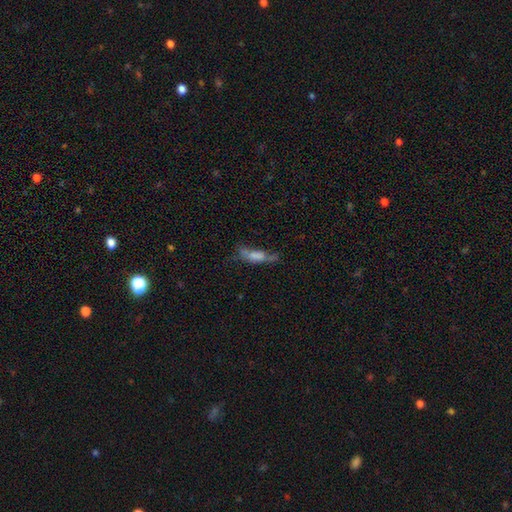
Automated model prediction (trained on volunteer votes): Smooth or featured? Predicted: smooth (p=0.63). How rounded? Predicted: in between (p=0.55). Merging? Predicted: none (p=0.32).